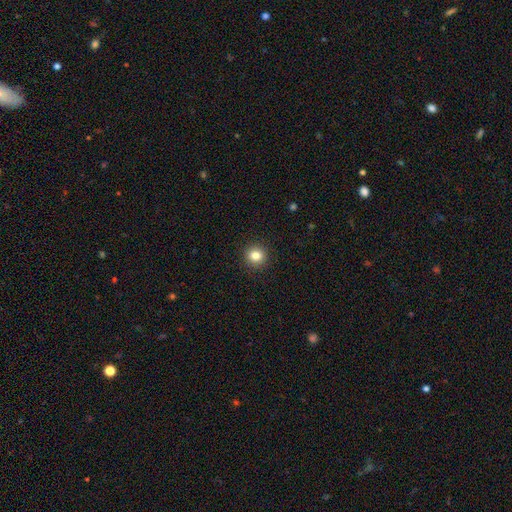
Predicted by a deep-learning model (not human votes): smooth_or_featured: smooth (p=0.82) [alt: star or artifact p=0.12]
how_rounded: round (p=0.93) [alt: in between p=0.06]
merging: none (p=0.92) [alt: minor disturbance p=0.05]